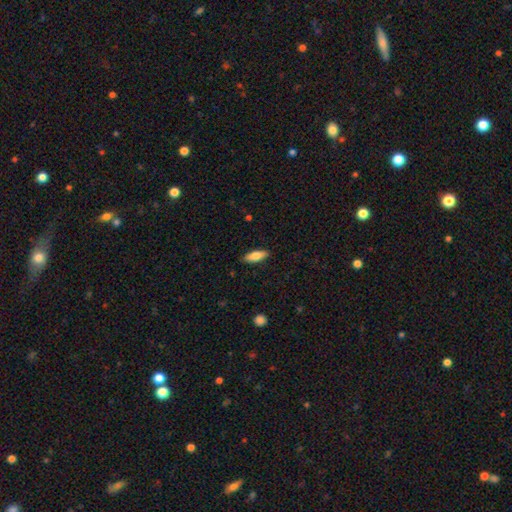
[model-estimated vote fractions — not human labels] smooth_or_featured: smooth (p=0.75) [alt: featured or disk p=0.19]
how_rounded: in between (p=0.66) [alt: cigar-shaped p=0.32]
merging: none (p=0.88) [alt: minor disturbance p=0.09]